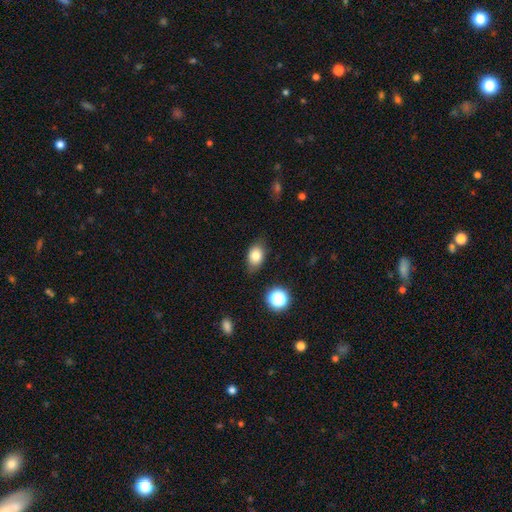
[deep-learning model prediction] This appears to be a smooth galaxy with no disk features (80%) that is in between round and cigar-shaped (78%). Merging: none (76%).